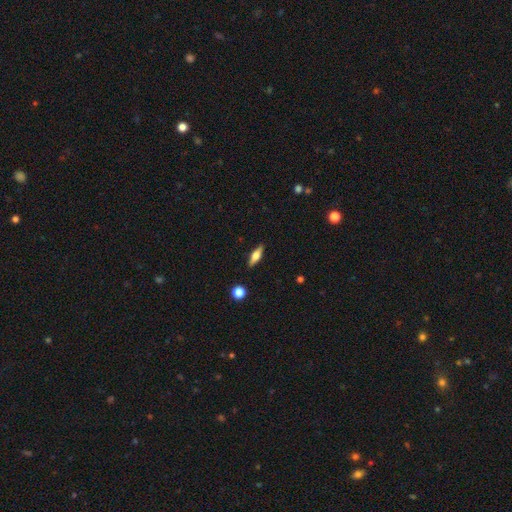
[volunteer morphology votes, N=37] Smooth or featured? featured or disk (62%)
Edge-on disk? yes (96%)
Edge-on bulge? rounded (91%)
Merging? none (89%)